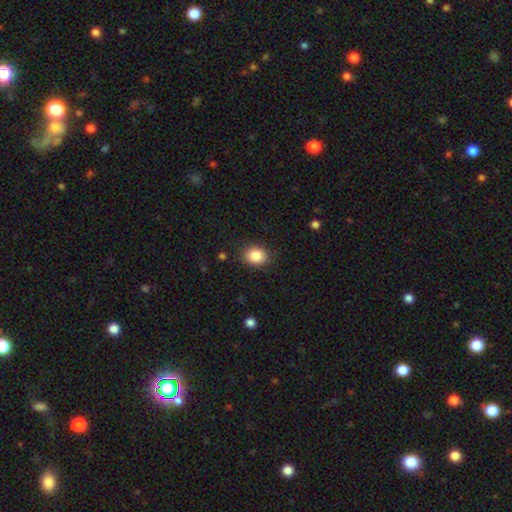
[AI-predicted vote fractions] Smooth or featured? Predicted: smooth (p=0.86). How rounded? Predicted: in between (p=0.51). Merging? Predicted: none (p=0.85).